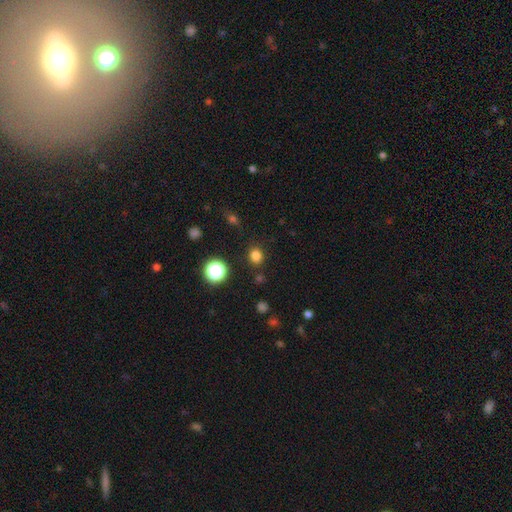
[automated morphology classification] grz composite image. It shows a smooth galaxy with no disk features (79%) that is round (76%). Merging: none (86%).